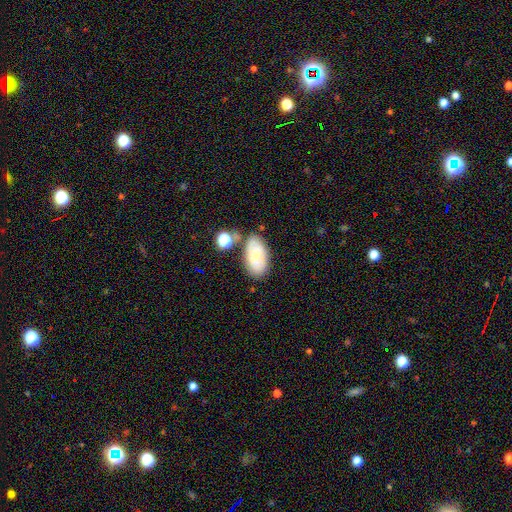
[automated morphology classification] Q: Smooth or featured?
A: smooth (65%); runner-up: featured or disk (26%)
Q: How rounded?
A: in between (93%); runner-up: round (5%)
Q: Merging?
A: none (66%); runner-up: minor disturbance (19%)